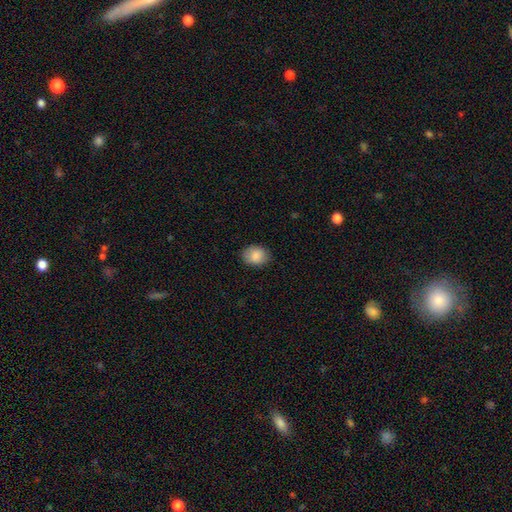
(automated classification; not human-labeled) A smooth galaxy with no disk features (88%) that is in between round and cigar-shaped (61%). Merging: none (84%).